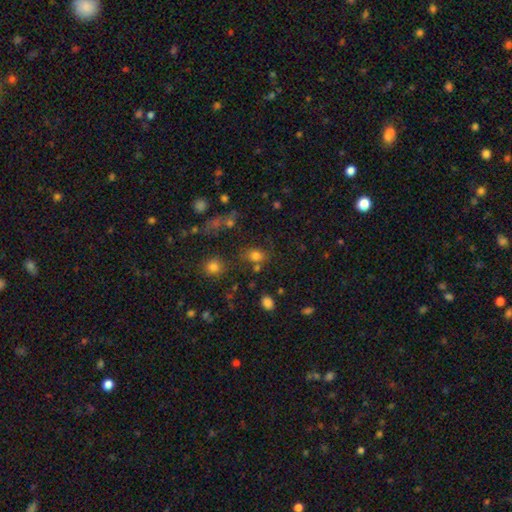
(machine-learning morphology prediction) smooth-or-featured: smooth: 75% | star or artifact: 18% | featured or disk: 7%
  how-rounded: in between: 54% | round: 44% | cigar-shaped: 2%
  merging: none: 64% | minor disturbance: 16% | merger: 13% | major disturbance: 7%